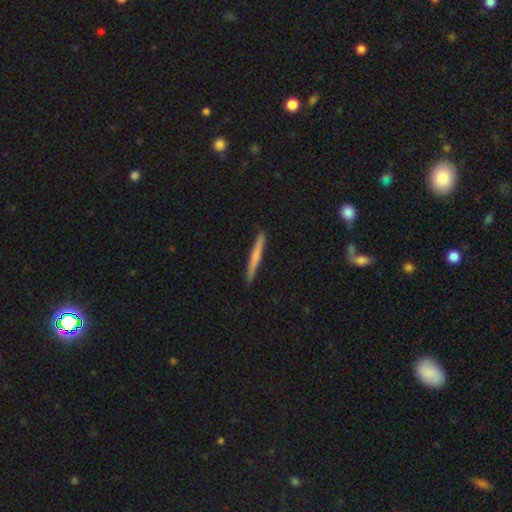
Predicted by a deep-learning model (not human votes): smooth 57%, featured or disk 37%, star or artifact 5%. Down the decision tree: how rounded — cigar-shaped (96%); merging — none (91%).